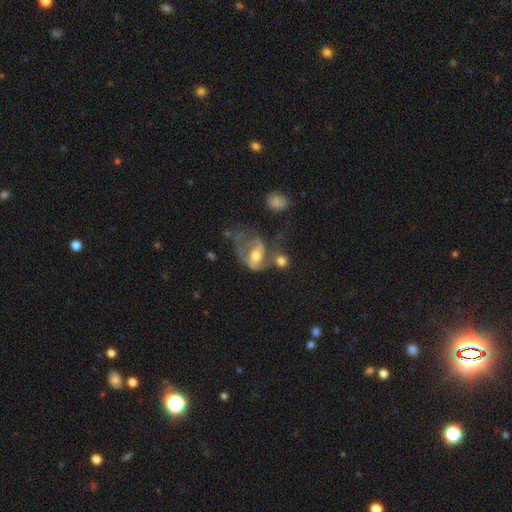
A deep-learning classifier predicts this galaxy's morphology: This is likely a featured or disk galaxy (64%). It is clearly not viewed edge-on (94%). Bar: possibly no (50%). Spiral arm pattern: possibly yes (53%). Central bulge: likely moderate (64%). Merging: marginally major disturbance (36%).